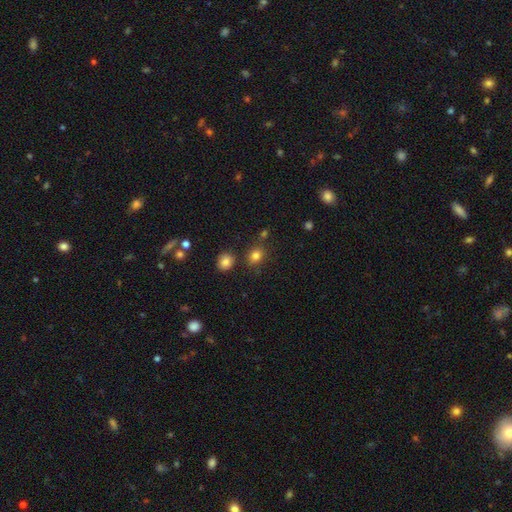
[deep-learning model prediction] Smooth or featured? smooth (81%)
How rounded? round (65%)
Merging? none (78%)